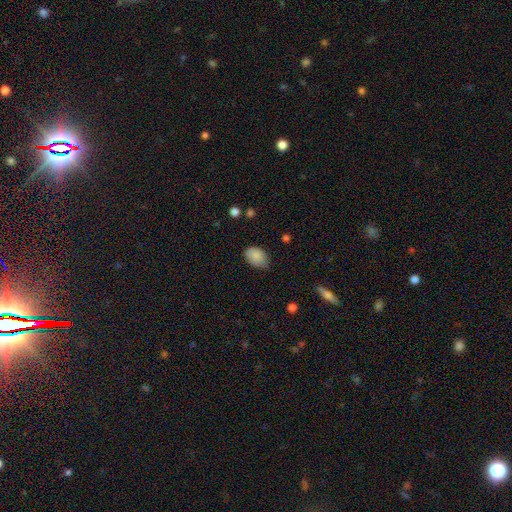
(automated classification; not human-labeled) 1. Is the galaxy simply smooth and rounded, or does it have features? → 87% smooth, 7% star or artifact, 6% featured or disk.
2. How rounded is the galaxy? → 85% in between, 14% round, 1% cigar-shaped.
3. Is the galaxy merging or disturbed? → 67% none, 27% minor disturbance, 4% major disturbance, 1% merger.